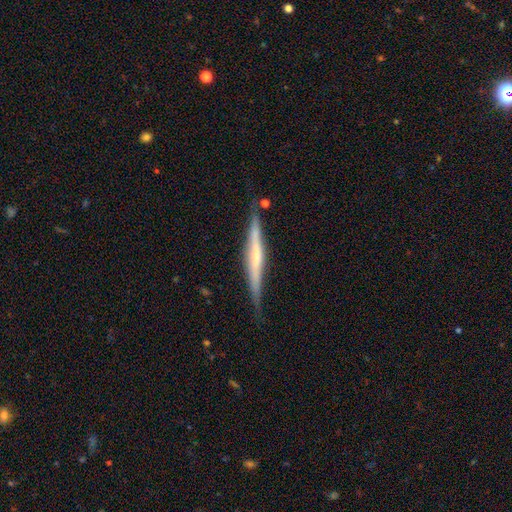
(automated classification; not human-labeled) Smooth or featured?
  - featured or disk: 65% *
  - smooth: 30%
  - star or artifact: 6%
Edge-on disk?
  - yes: 97% *
  - no: 3%
Edge-on bulge?
  - none: 46% *
  - rounded: 41%
  - boxy: 13%
Merging?
  - none: 80% *
  - minor disturbance: 15%
  - major disturbance: 3%
  - merger: 2%